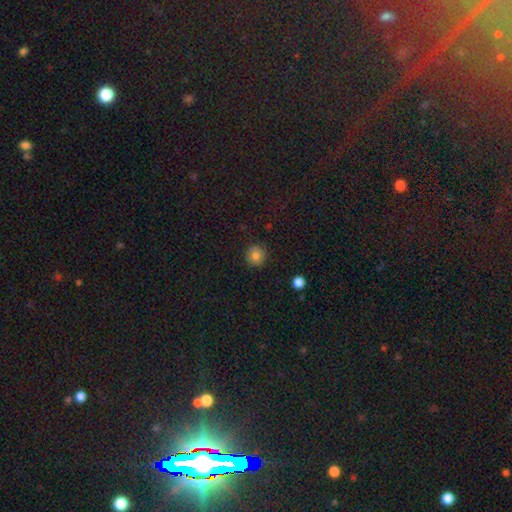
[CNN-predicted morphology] This is clearly a smooth galaxy (82%). How rounded: clearly round (93%). Merging: clearly none (87%).